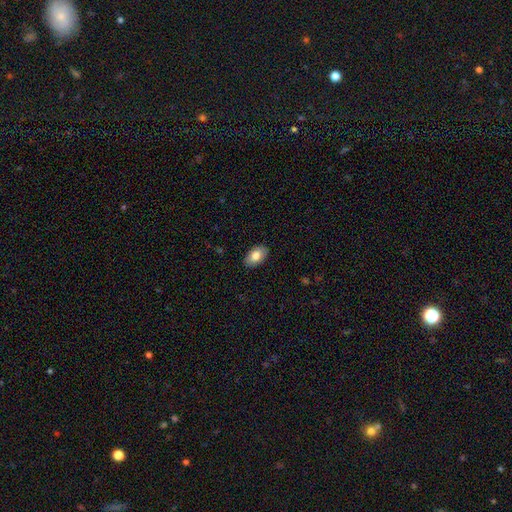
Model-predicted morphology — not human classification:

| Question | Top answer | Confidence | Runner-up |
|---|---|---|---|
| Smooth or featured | smooth | 80% | featured or disk (13%) |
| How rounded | in between | 93% | round (6%) |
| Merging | none | 88% | minor disturbance (9%) |